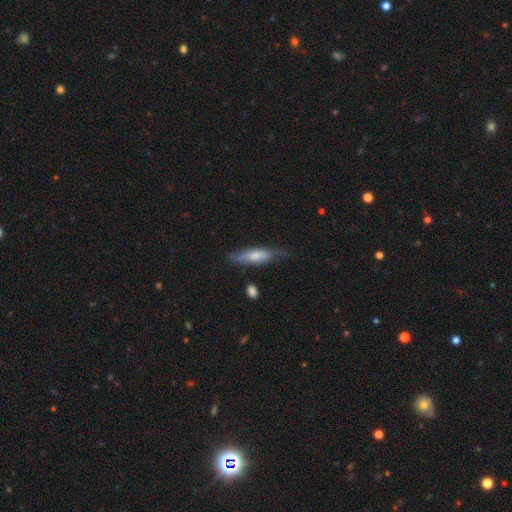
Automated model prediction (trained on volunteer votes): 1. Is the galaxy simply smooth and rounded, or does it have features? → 58% smooth, 36% featured or disk, 6% star or artifact.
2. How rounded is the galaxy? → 57% cigar-shaped, 41% in between, 2% round.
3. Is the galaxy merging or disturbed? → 59% none, 29% minor disturbance, 9% major disturbance, 3% merger.